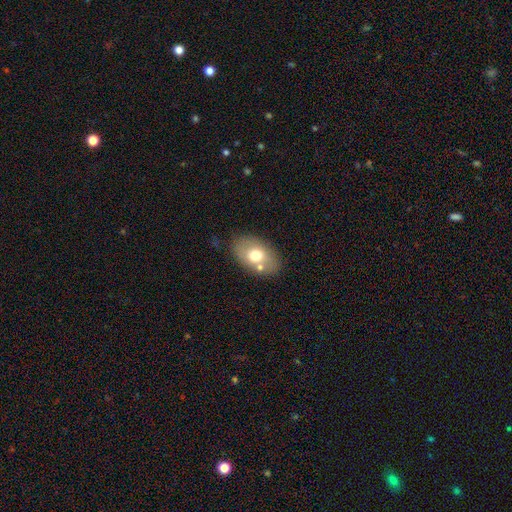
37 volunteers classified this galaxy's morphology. This appears to be a smooth galaxy with no disk features (73%) that is in between round and cigar-shaped (93%). Merging: none (68%).